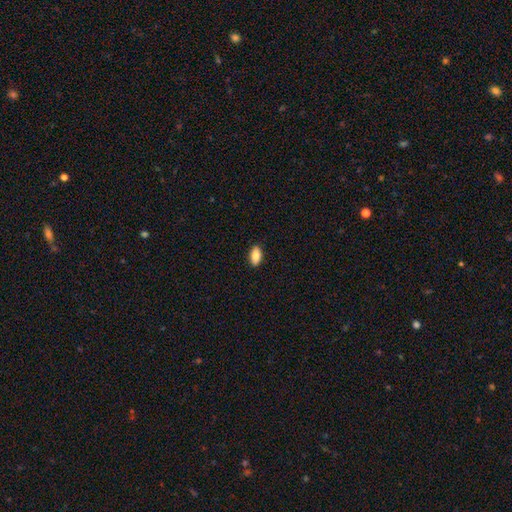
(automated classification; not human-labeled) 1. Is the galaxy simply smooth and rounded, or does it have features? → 86% smooth, 7% featured or disk, 7% star or artifact.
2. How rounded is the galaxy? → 91% in between, 5% cigar-shaped, 3% round.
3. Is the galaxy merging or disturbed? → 89% none, 8% minor disturbance, 2% major disturbance, 1% merger.